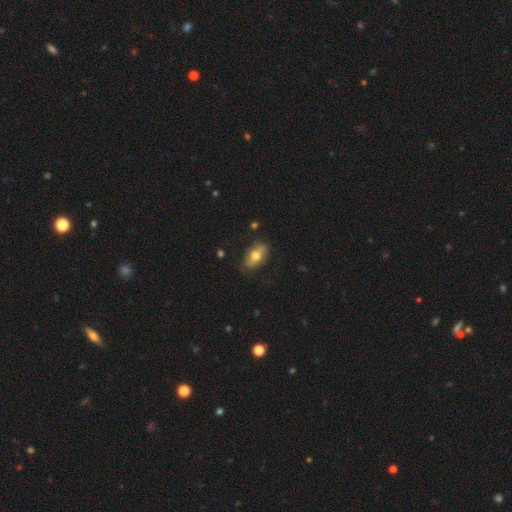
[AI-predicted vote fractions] Smooth or featured?
  - smooth: 63% *
  - featured or disk: 29%
  - star or artifact: 7%
How rounded?
  - in between: 86% *
  - round: 8%
  - cigar-shaped: 7%
Merging?
  - none: 79% *
  - minor disturbance: 16%
  - major disturbance: 4%
  - merger: 1%